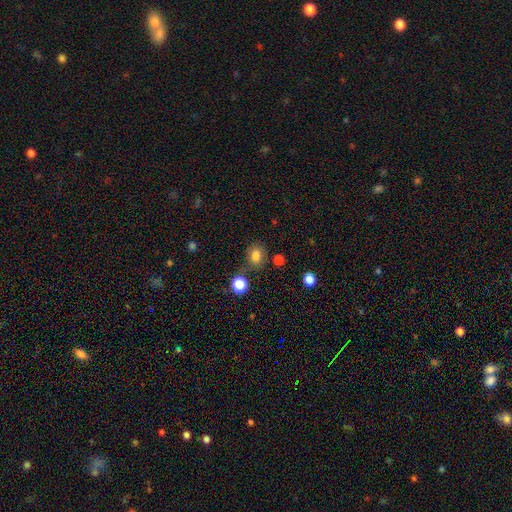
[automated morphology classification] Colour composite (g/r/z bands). It shows a smooth galaxy with no disk features (81%) that is round (54%). Merging: none (73%).